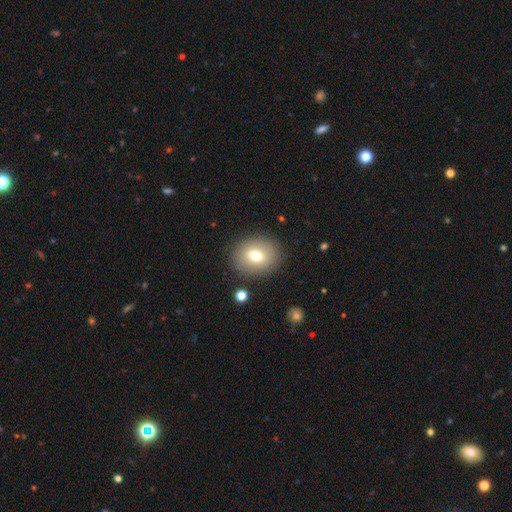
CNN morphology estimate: This is likely a smooth galaxy (73%). How rounded: possibly round (51%). Merging: clearly none (86%).